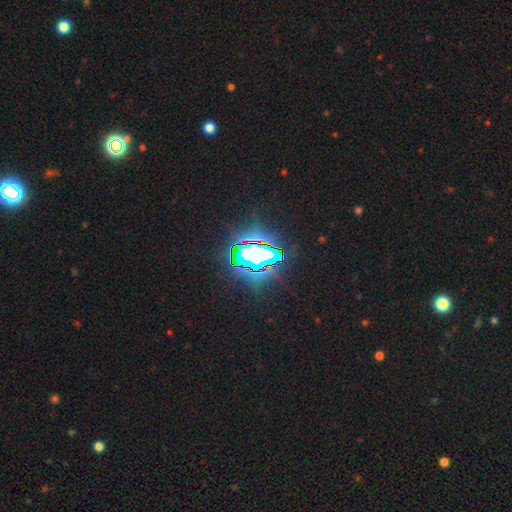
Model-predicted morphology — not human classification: Smooth or featured? Predicted: star or artifact (p=0.72).